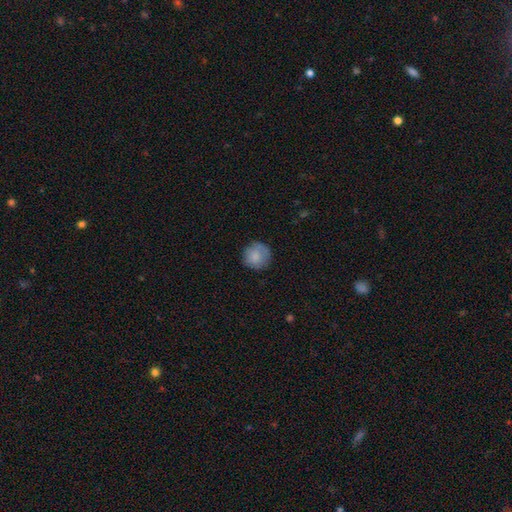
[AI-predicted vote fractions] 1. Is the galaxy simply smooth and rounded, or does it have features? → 80% smooth, 12% featured or disk, 7% star or artifact.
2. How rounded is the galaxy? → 92% round, 7% in between, 1% cigar-shaped.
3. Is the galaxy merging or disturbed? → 79% none, 16% minor disturbance, 4% major disturbance, 1% merger.